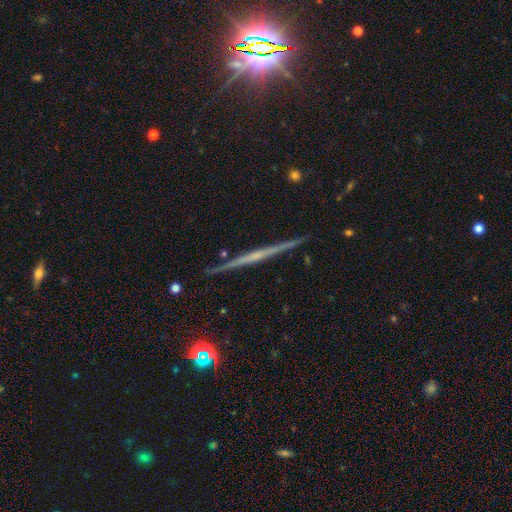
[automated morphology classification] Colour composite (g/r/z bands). It shows a featured or disk galaxy (73%) viewed edge-on (98%) with no central bulge (51%). Merging: none (91%).